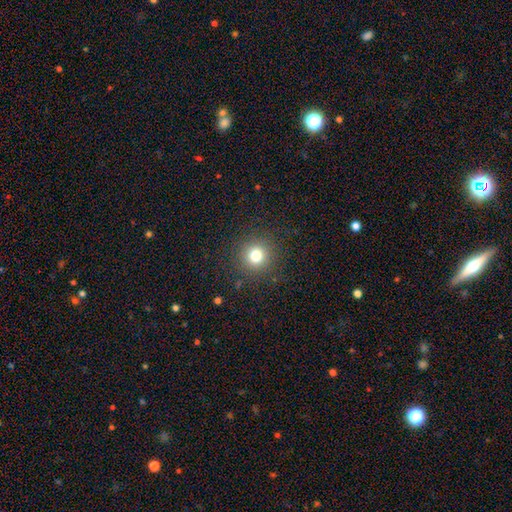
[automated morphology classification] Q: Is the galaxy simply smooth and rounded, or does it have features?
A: smooth — 78%.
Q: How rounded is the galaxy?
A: round — 94%.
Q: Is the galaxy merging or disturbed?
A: none — 89%.